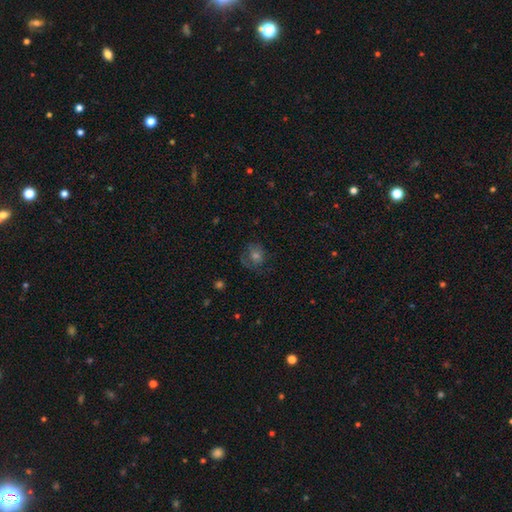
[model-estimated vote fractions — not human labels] Overall: smooth (42%; featured or disk 38%). Merging: none (66%).